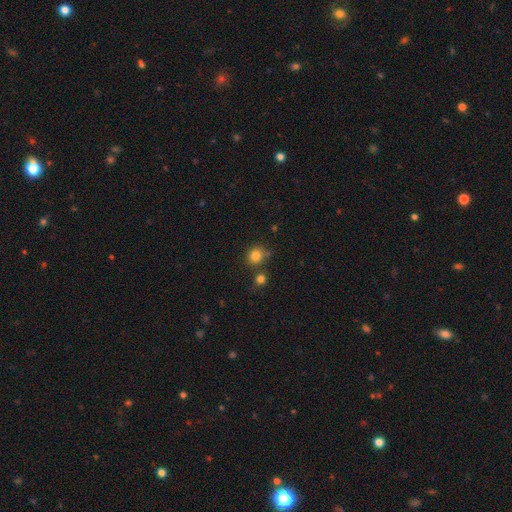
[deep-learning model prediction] The model was most divided on "merging": none: 67%, minor disturbance: 14%, merger: 14%, major disturbance: 4%. More confident: smooth or featured — smooth (82%); how rounded — round (79%).